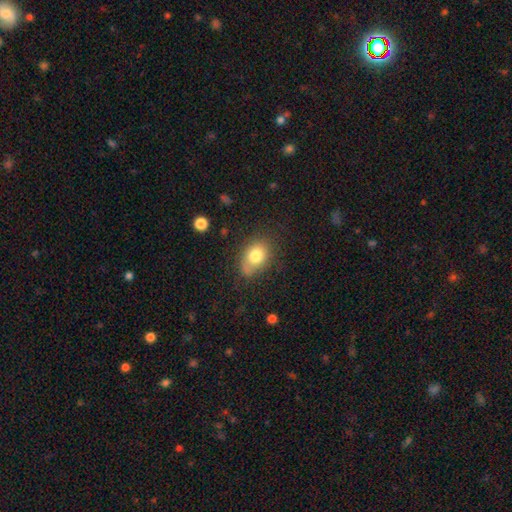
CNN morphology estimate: Smooth or featured? Predicted: smooth (p=0.77). How rounded? Predicted: in between (p=0.76). Merging? Predicted: none (p=0.63).